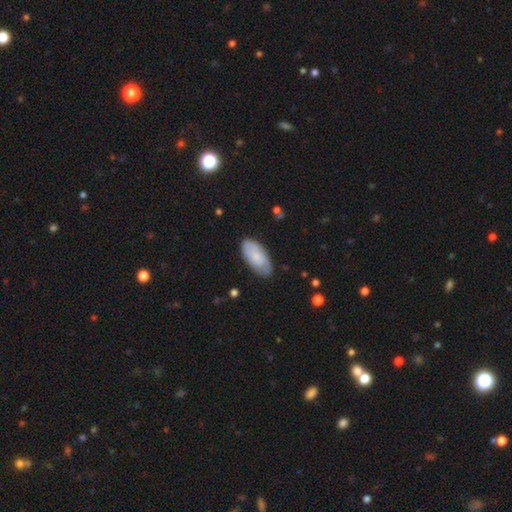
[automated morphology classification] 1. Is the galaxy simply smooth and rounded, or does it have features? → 69% smooth, 25% featured or disk, 6% star or artifact.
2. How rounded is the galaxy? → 92% in between, 6% cigar-shaped, 2% round.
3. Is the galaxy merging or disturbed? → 79% none, 16% minor disturbance, 3% major disturbance, 1% merger.